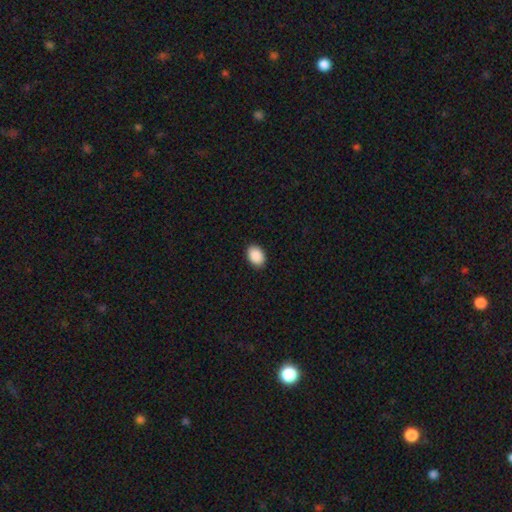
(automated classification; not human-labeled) A smooth galaxy with no disk features (91%) that is in between round and cigar-shaped (82%).

Vote fractions:
- Smooth or featured? smooth: 91% / star or artifact: 7% / featured or disk: 2%
- How rounded? in between: 82% / round: 17% / cigar-shaped: 1%
- Merging? none: 90% / minor disturbance: 8% / major disturbance: 2% / merger: 1%